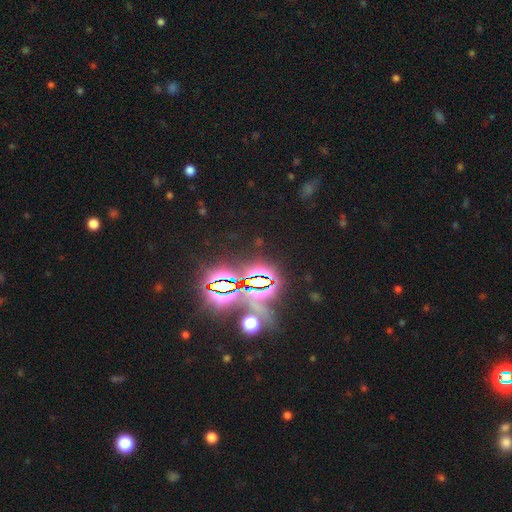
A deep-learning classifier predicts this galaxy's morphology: smooth-or-featured: star or artifact: 82% | smooth: 10% | featured or disk: 8%